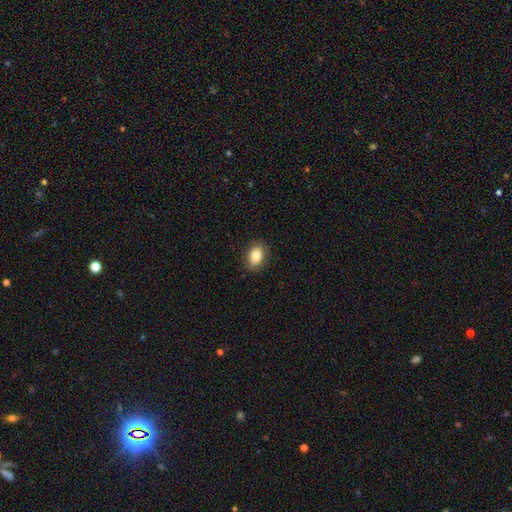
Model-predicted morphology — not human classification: The model was most divided on "how rounded": in between: 76%, round: 23%, cigar-shaped: 1%. More confident: merging — none (88%); smooth or featured — smooth (84%).